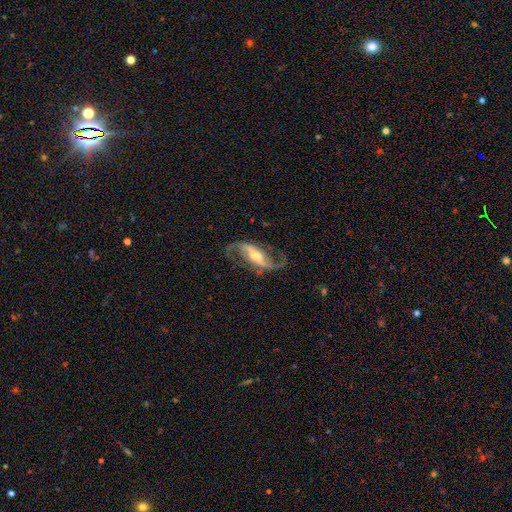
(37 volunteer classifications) Overall: featured or disk (89%). Edge-on disk: no (100%). Bar: strong (61%; weak 21%). Spiral arms: yes (97%). Spiral arm count: 2 (100%). Spiral winding: medium (56%; tight 25%). Bulge size: moderate (67%). Merging: none (81%).